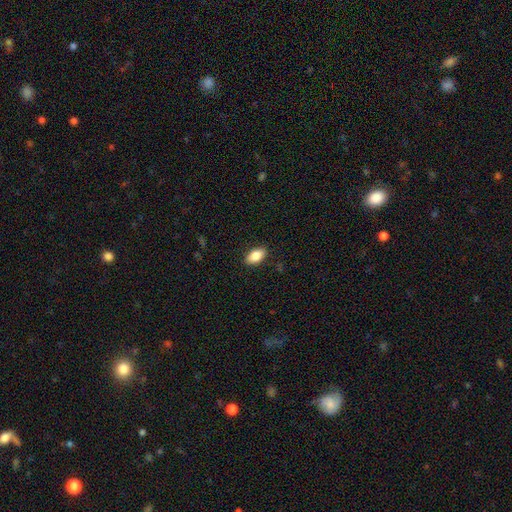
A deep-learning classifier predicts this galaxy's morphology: A smooth galaxy with no disk features (85%) that is in between round and cigar-shaped (91%). Merging: none (88%).